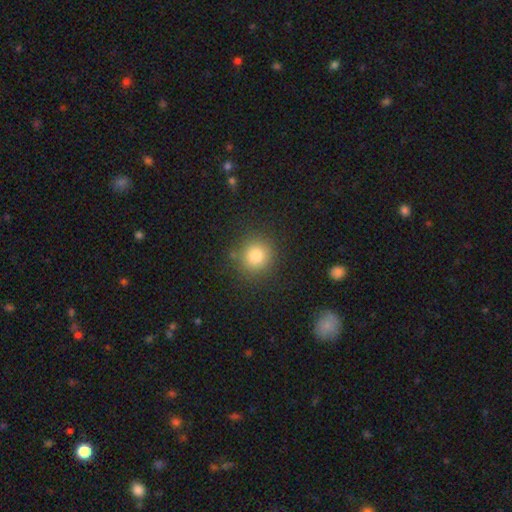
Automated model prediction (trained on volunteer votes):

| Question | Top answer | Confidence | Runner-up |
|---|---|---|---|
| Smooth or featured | smooth | 83% | star or artifact (11%) |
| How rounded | round | 90% | in between (9%) |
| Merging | none | 86% | minor disturbance (8%) |